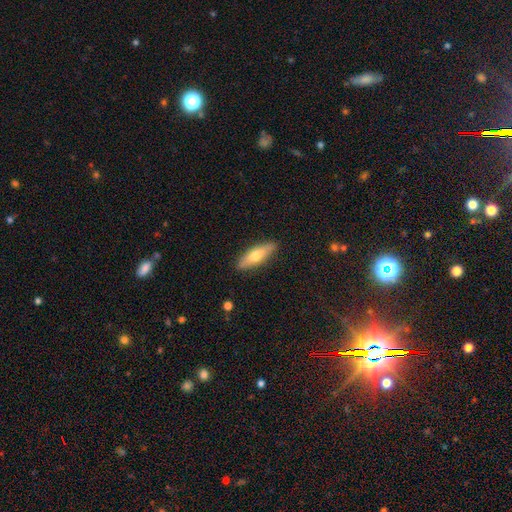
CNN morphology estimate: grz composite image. It shows a smooth galaxy with no disk features (61%) that is cigar-shaped (54%). Merging: none (88%).